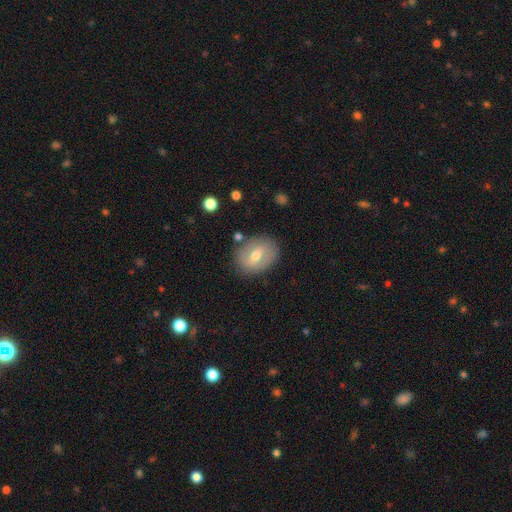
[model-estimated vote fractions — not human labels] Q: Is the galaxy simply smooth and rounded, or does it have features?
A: smooth — 50%.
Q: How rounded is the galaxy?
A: in between — 65%.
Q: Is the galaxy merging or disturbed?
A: none — 81%.